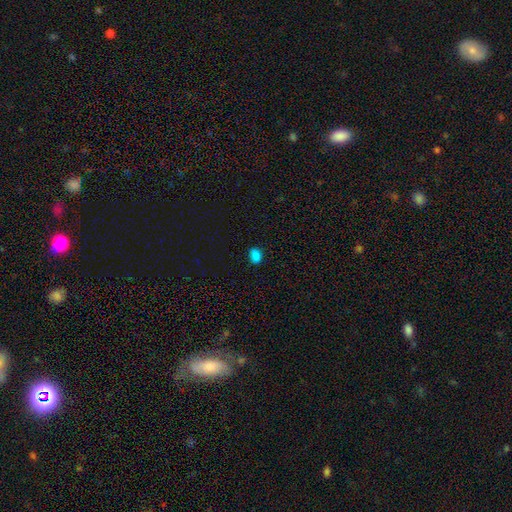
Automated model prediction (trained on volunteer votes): This is clearly a smooth galaxy (84%). How rounded: likely in between (78%). Merging: clearly none (85%).